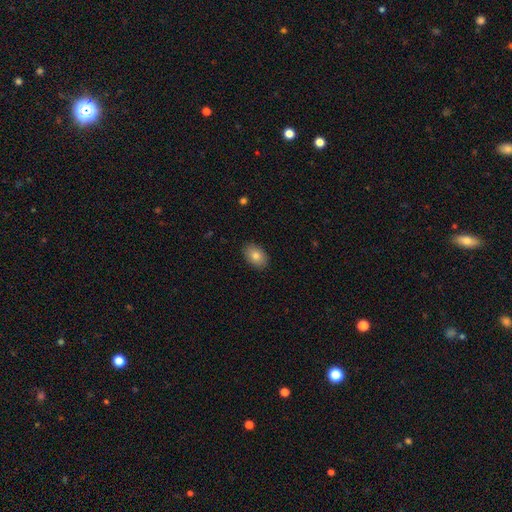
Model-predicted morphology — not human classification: This appears to be a smooth galaxy with no disk features (82%) that is in between round and cigar-shaped (86%). Merging: none (89%).